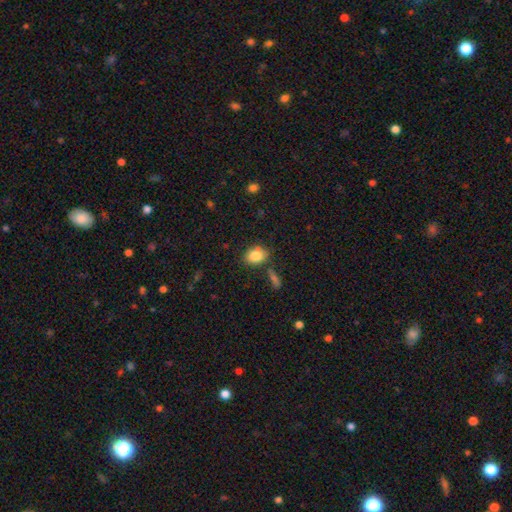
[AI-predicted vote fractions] A smooth galaxy with no disk features (84%) that is in between round and cigar-shaped (70%). Merging: none (76%).